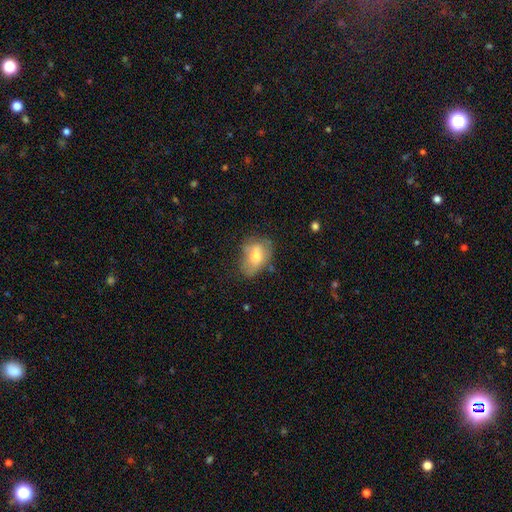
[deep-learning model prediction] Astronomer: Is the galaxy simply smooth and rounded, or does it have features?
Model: smooth — 63%.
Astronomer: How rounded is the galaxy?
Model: in between — 81%.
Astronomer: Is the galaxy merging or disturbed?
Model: none — 53% (runner-up: minor disturbance, 32%).